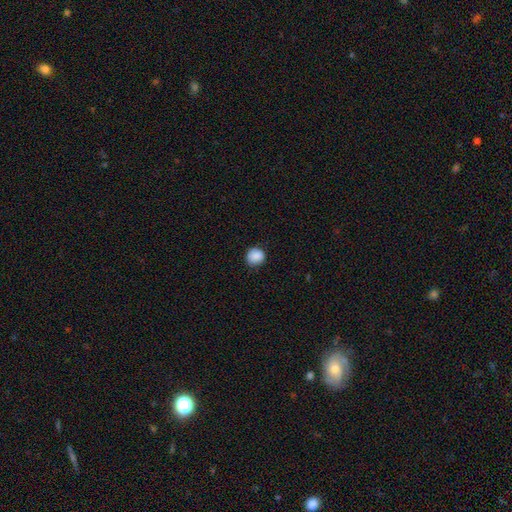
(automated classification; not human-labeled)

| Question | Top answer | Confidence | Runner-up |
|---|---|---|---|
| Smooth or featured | smooth | 88% | star or artifact (8%) |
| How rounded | round | 85% | in between (14%) |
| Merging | none | 83% | minor disturbance (13%) |